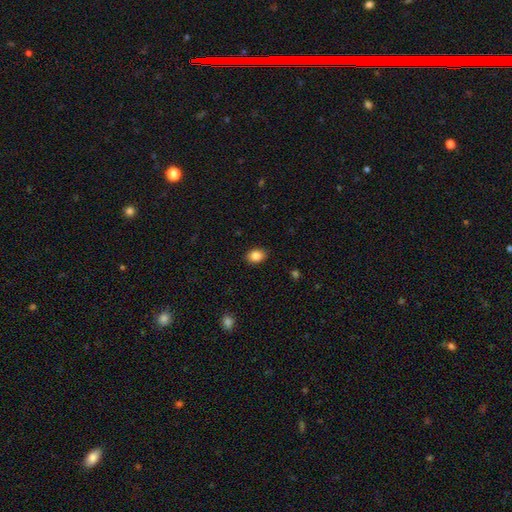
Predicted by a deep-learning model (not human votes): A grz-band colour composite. It shows a smooth galaxy with no disk features (87%) that is in between round and cigar-shaped (68%). Merging: none (89%).